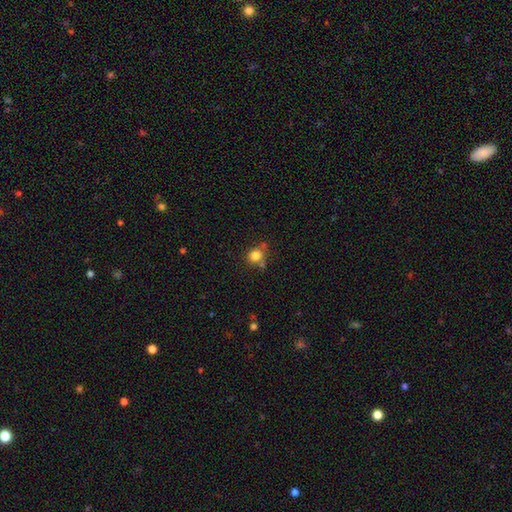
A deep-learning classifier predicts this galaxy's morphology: smooth 81%, star or artifact 12%, featured or disk 7%. Down the decision tree: how rounded — round (78%); merging — none (63%).